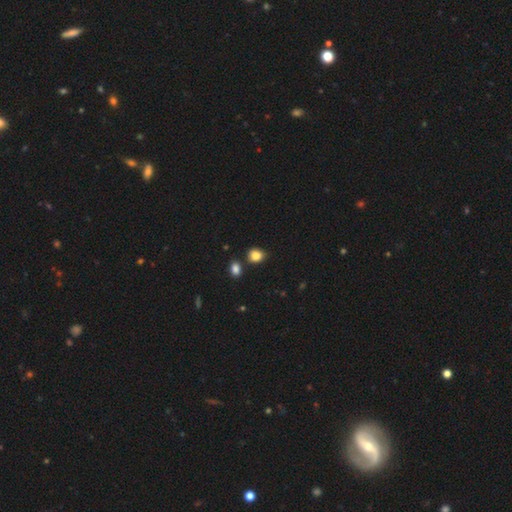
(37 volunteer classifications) Smooth or featured? smooth (89%)
How rounded? round (88%)
Merging? none (46%)